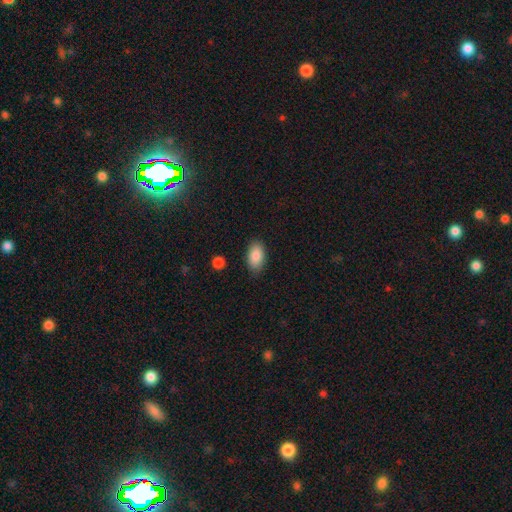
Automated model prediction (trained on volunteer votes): Overall: smooth (87%). How rounded: in between (93%). Merging: none (83%).